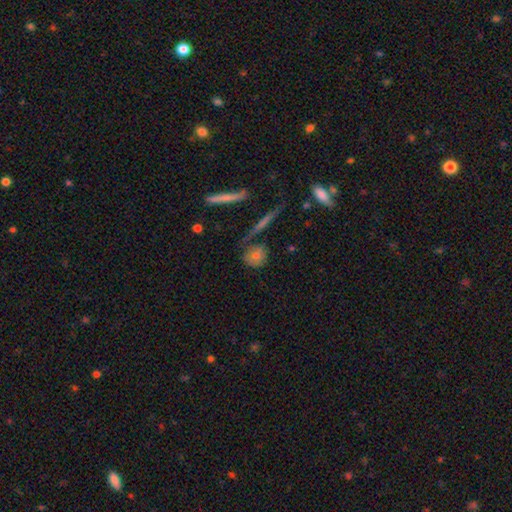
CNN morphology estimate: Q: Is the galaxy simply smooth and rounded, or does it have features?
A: smooth — 68%.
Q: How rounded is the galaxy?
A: round — 78%.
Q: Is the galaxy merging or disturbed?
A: none — 68%.